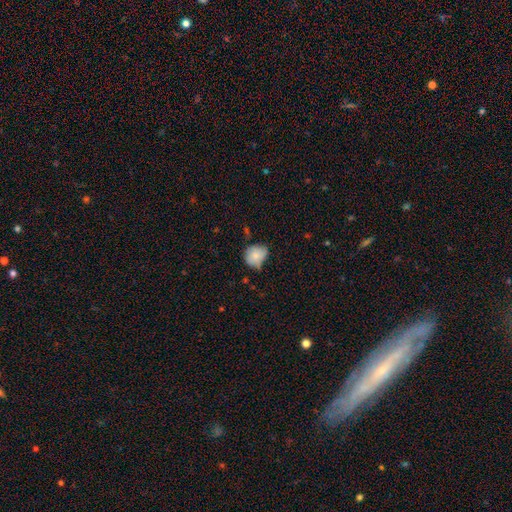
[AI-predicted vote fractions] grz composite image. It shows a smooth galaxy with no disk features (78%) that is round (70%). Merging: none (45%).